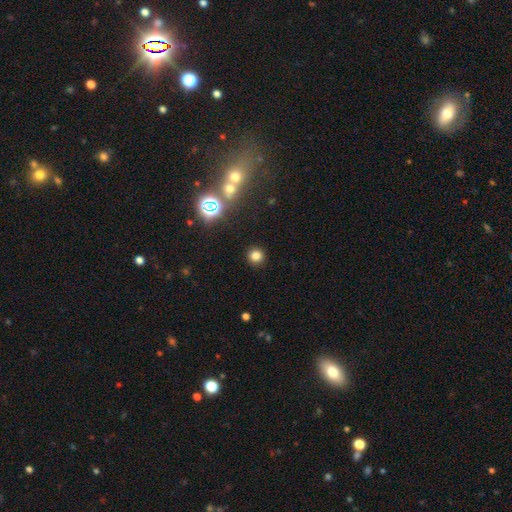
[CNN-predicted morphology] smooth-or-featured: smooth: 78% | star or artifact: 17% | featured or disk: 5%
  how-rounded: round: 93% | in between: 6% | cigar-shaped: 1%
  merging: none: 91% | minor disturbance: 5% | major disturbance: 2% | merger: 2%